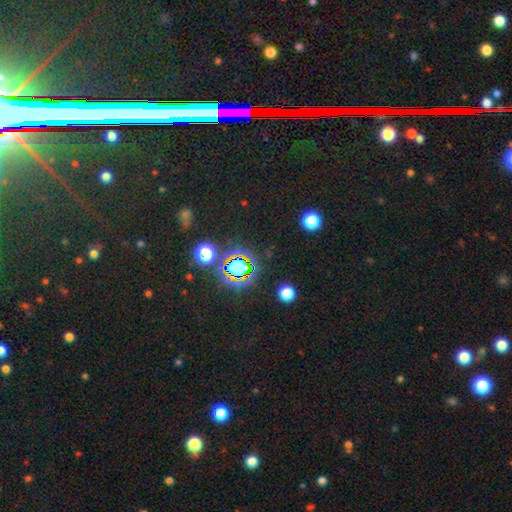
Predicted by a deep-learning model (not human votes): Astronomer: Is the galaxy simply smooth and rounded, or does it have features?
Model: star or artifact — 79%.